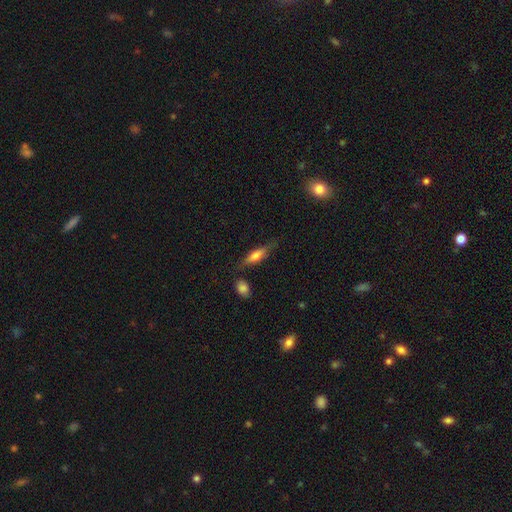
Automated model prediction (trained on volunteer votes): Morphology: type=smooth (56%); roundness=cigar-shaped (59%); merging=none (70%).